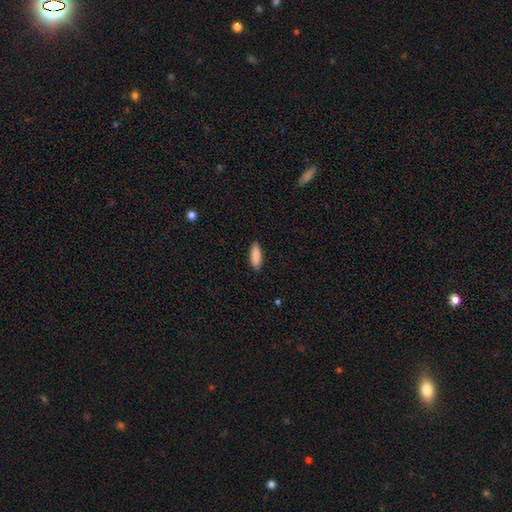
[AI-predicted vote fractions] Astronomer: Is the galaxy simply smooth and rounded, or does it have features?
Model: smooth — 89%.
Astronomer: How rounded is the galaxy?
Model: in between — 58% (runner-up: cigar-shaped, 41%).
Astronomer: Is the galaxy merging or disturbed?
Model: none — 89%.